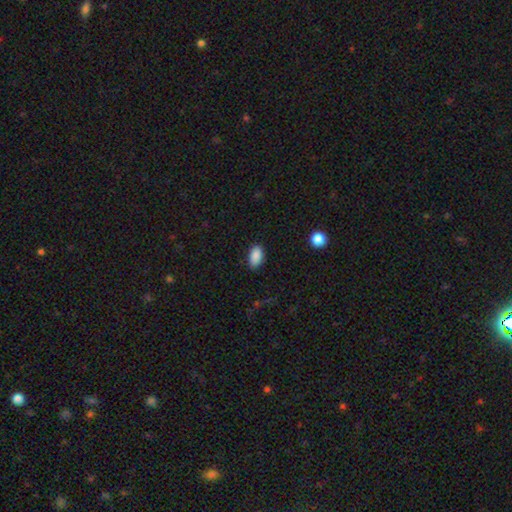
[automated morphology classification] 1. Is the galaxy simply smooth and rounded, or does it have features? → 89% smooth, 8% star or artifact, 3% featured or disk.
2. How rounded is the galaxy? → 92% in between, 6% round, 2% cigar-shaped.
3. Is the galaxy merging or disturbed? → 83% none, 13% minor disturbance, 3% major disturbance, 1% merger.